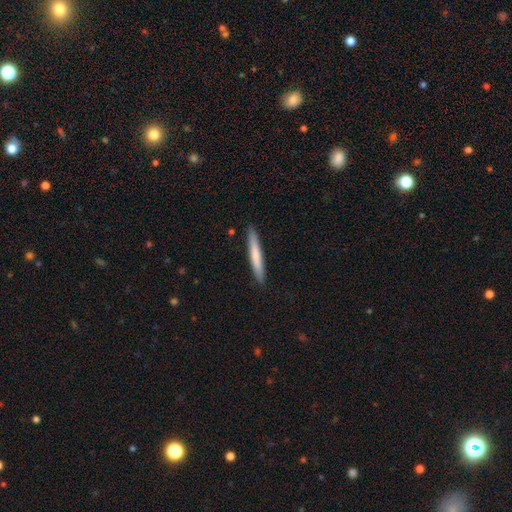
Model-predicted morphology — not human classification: smooth 69%, featured or disk 26%, star or artifact 5%. Down the decision tree: how rounded — cigar-shaped (96%); merging — none (91%).